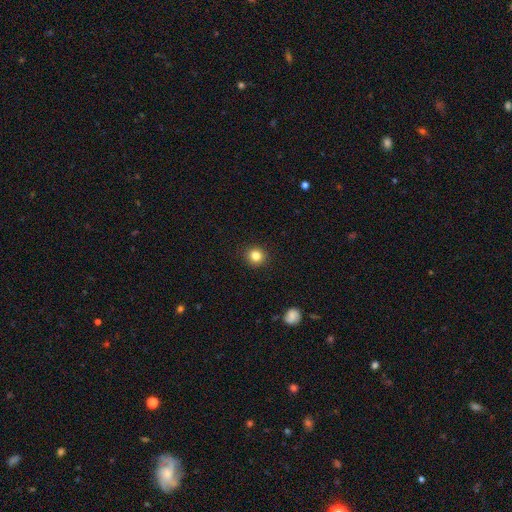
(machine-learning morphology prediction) Smooth or featured?
  - smooth: 83% *
  - star or artifact: 12%
  - featured or disk: 5%
How rounded?
  - round: 90% *
  - in between: 9%
  - cigar-shaped: 1%
Merging?
  - none: 92% *
  - minor disturbance: 6%
  - major disturbance: 2%
  - merger: 1%